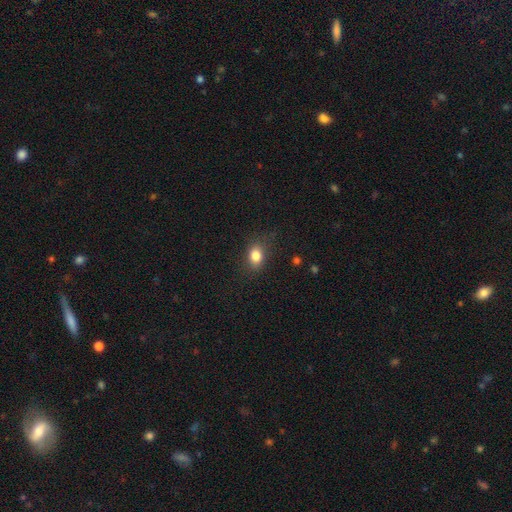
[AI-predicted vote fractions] Overall: smooth (83%). How rounded: in between (67%; round 32%). Merging: none (80%).